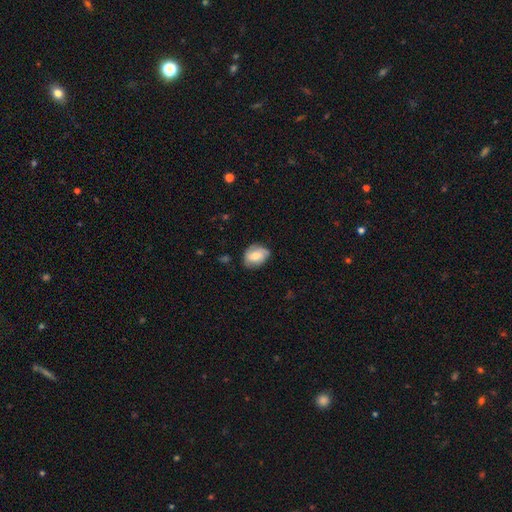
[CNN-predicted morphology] A smooth galaxy with no disk features (60%) that is in between round and cigar-shaped (64%). Merging: none (66%).